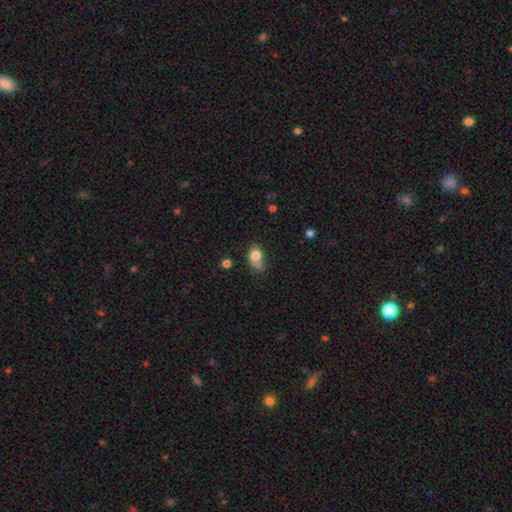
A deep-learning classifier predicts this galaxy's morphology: Smooth or featured: smooth — 78% (featured or disk — 12%)
How rounded: in between — 69% (round — 28%)
Merging: none — 39% (minor disturbance — 33%)